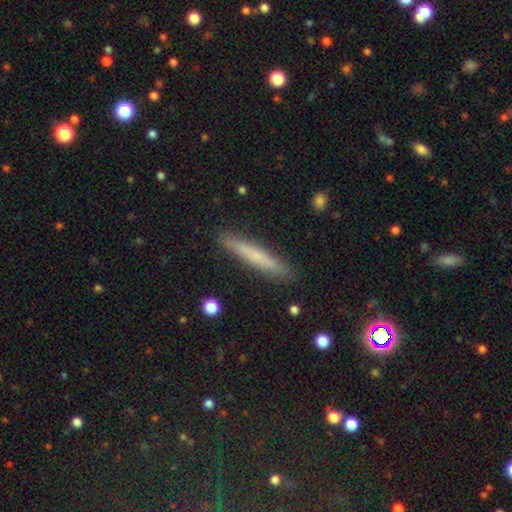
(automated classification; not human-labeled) Smooth or featured?
  - smooth: 62% *
  - featured or disk: 31%
  - star or artifact: 7%
How rounded?
  - cigar-shaped: 95% *
  - in between: 4%
  - round: 1%
Merging?
  - none: 90% *
  - minor disturbance: 7%
  - major disturbance: 1%
  - merger: 1%